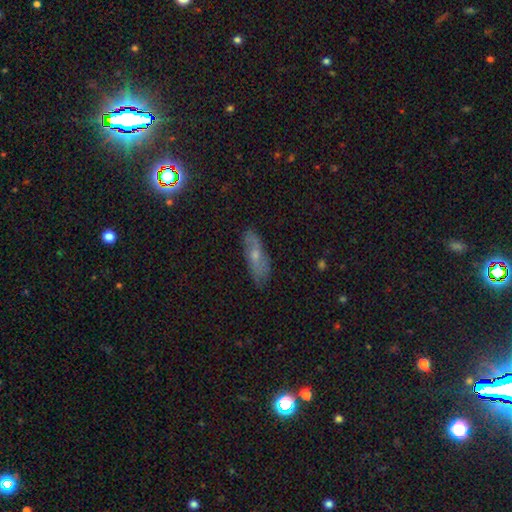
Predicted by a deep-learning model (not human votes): featured or disk 47%, smooth 41%, star or artifact 12%. Down the decision tree: merging — none (75%).